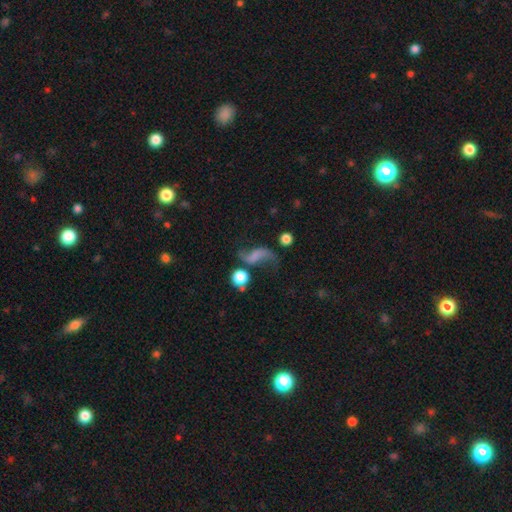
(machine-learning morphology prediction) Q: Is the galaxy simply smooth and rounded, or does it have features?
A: featured or disk — 67%.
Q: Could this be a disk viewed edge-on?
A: no — 96%.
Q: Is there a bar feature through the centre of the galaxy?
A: no — 49%.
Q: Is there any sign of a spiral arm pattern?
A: yes — 91%.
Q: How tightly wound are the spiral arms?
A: loose — 92%.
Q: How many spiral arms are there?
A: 2 — 90%.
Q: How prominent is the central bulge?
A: none — 61%.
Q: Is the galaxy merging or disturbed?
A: none — 55%.